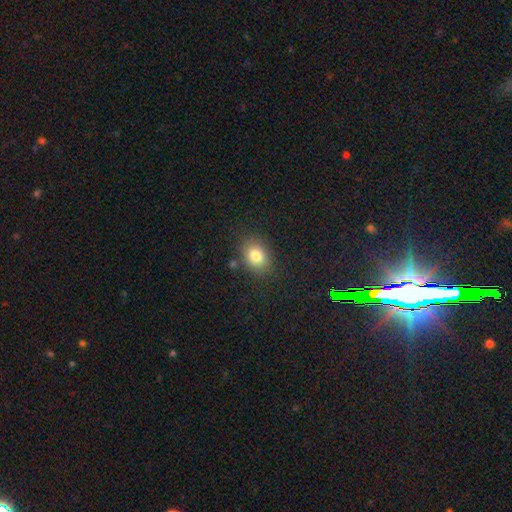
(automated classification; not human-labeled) Smooth or featured? Predicted: smooth (p=0.81). How rounded? Predicted: in between (p=0.56). Merging? Predicted: none (p=0.83).